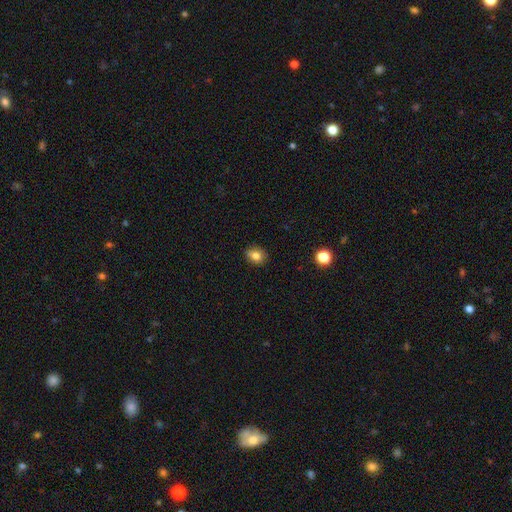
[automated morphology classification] Smooth or featured?
  - smooth: 81% *
  - star or artifact: 11%
  - featured or disk: 8%
How rounded?
  - in between: 52% *
  - round: 47%
  - cigar-shaped: 1%
Merging?
  - none: 84% *
  - minor disturbance: 12%
  - major disturbance: 2%
  - merger: 1%